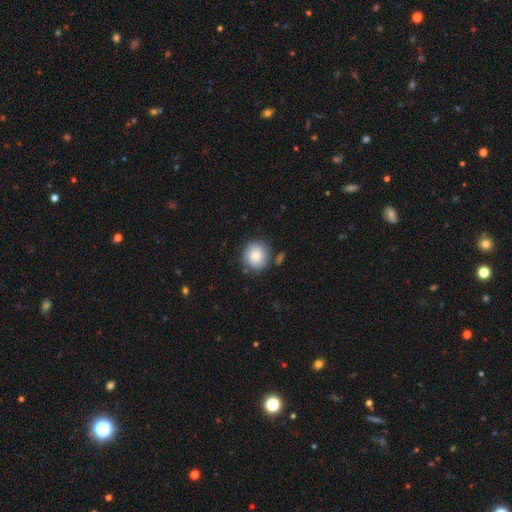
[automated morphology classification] A smooth galaxy with no disk features (83%) that is round (83%). Merging: none (76%).